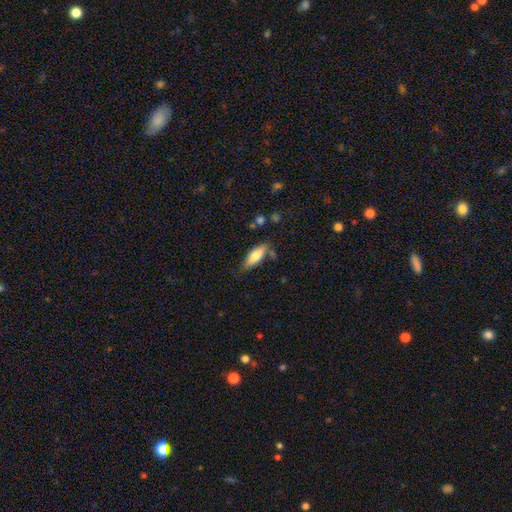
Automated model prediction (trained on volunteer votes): This is likely a smooth galaxy (77%). How rounded: likely in between (70%). Merging: likely none (73%).